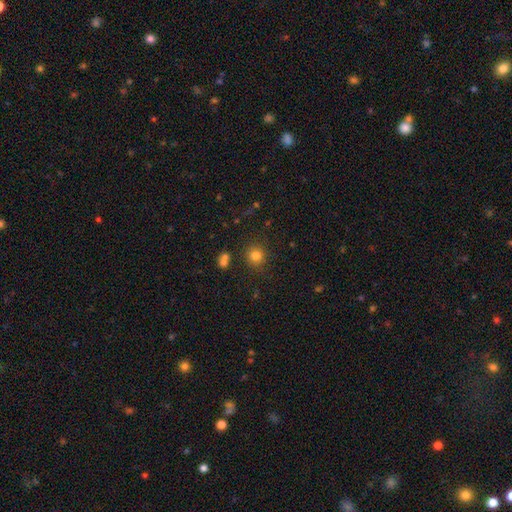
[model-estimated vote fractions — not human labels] A smooth galaxy with no disk features (80%) that is round (89%).

Vote fractions:
- Smooth or featured? smooth: 80% / star or artifact: 14% / featured or disk: 6%
- How rounded? round: 89% / in between: 10% / cigar-shaped: 1%
- Merging? none: 83% / minor disturbance: 8% / merger: 5% / major disturbance: 3%